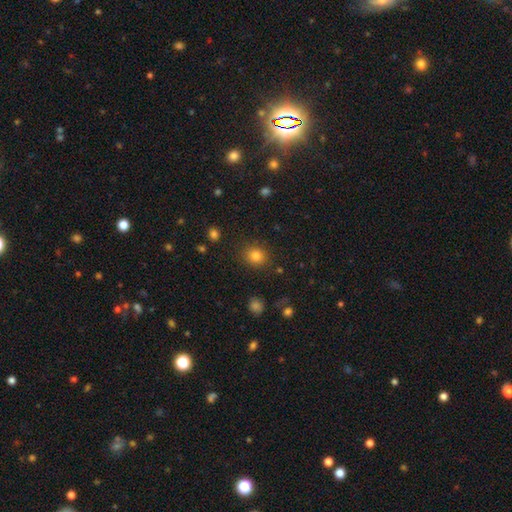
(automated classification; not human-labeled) The model was most divided on "how rounded": round: 79%, in between: 20%, cigar-shaped: 1%. More confident: merging — none (87%); smooth or featured — smooth (82%).